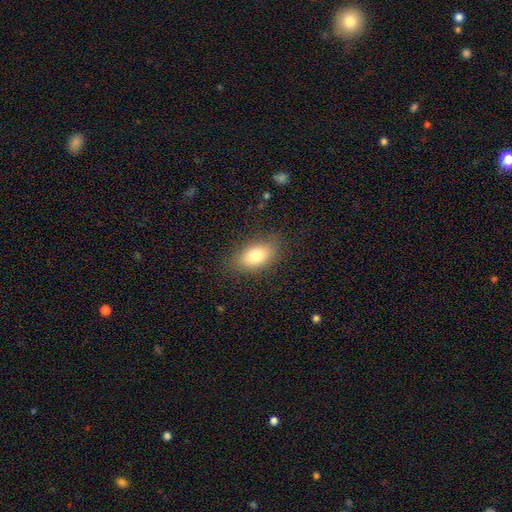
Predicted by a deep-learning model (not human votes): Smooth or featured: smooth — 79% (featured or disk — 13%)
How rounded: in between — 88% (round — 8%)
Merging: none — 83% (minor disturbance — 12%)